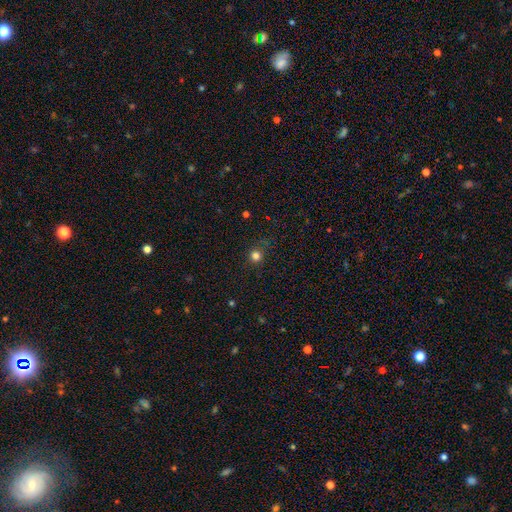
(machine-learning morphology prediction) This appears to be a smooth galaxy with no disk features (80%) that is round (92%). Merging: none (84%).